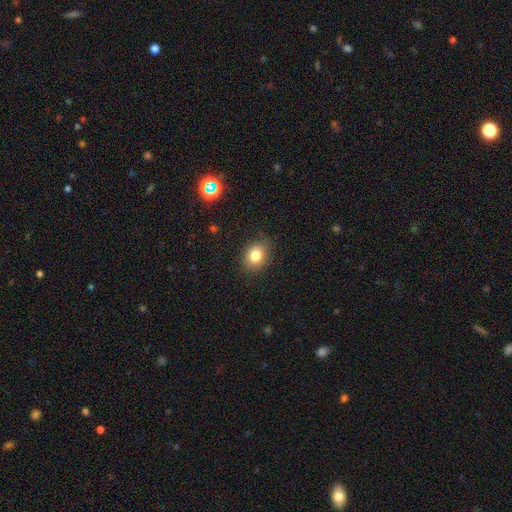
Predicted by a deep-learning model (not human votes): smooth_or_featured: smooth (p=0.80) [alt: star or artifact p=0.11]
how_rounded: in between (p=0.56) [alt: round p=0.43]
merging: none (p=0.83) [alt: minor disturbance p=0.13]